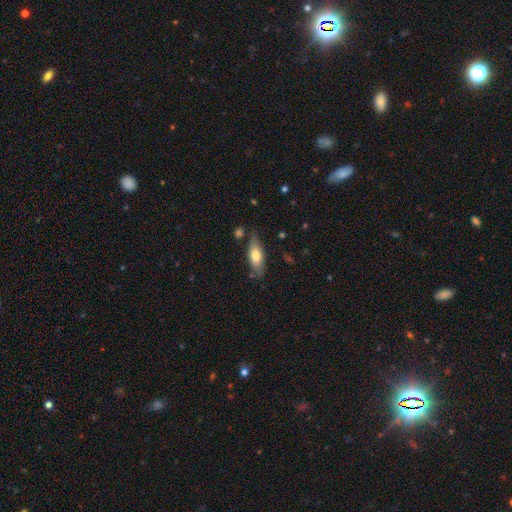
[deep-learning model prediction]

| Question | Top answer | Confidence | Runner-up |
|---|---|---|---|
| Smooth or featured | smooth | 68% | featured or disk (26%) |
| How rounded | in between | 69% | cigar-shaped (28%) |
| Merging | none | 75% | minor disturbance (17%) |